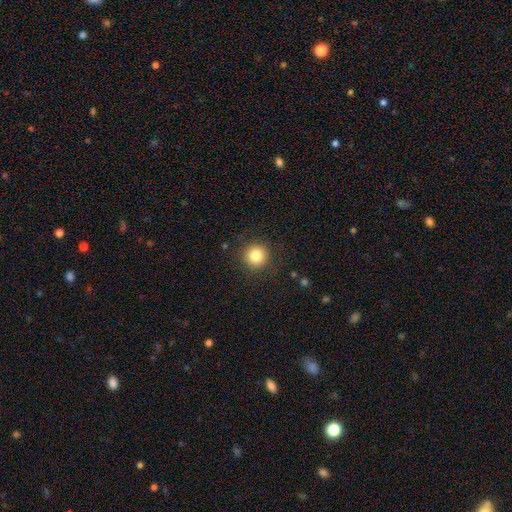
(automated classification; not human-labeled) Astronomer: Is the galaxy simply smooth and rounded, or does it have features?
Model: smooth — 83%.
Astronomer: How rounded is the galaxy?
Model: round — 95%.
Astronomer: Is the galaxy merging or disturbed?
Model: none — 89%.